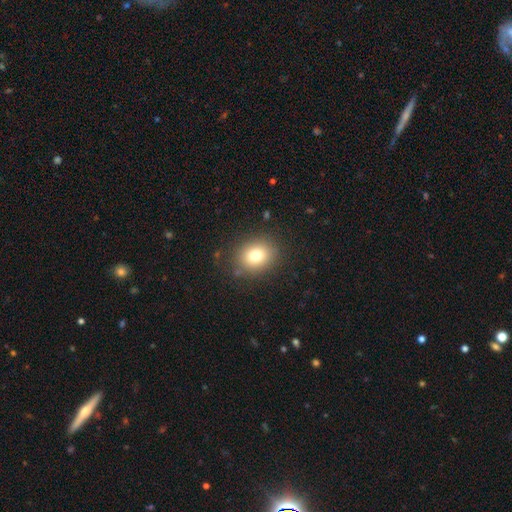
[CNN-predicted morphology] Smooth or featured? Predicted: smooth (p=0.77). How rounded? Predicted: round (p=0.61). Merging? Predicted: none (p=0.85).